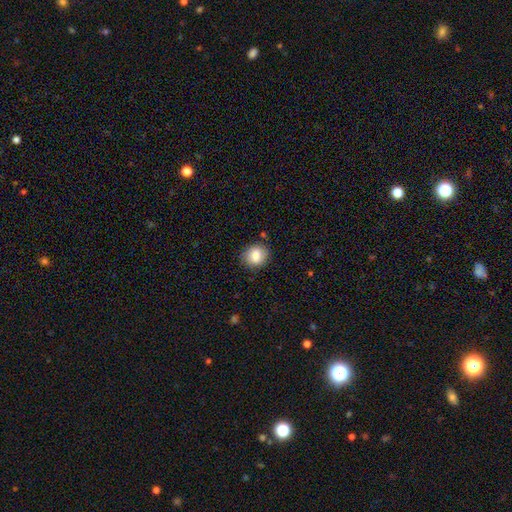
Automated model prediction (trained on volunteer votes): smooth 83%, featured or disk 9%, star or artifact 8%. Down the decision tree: how rounded — round (69%); merging — none (82%).